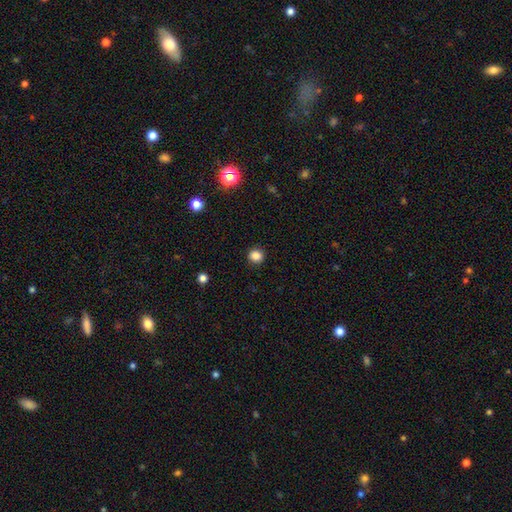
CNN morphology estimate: type=smooth (85%); roundness=round (90%); merging=none (92%).